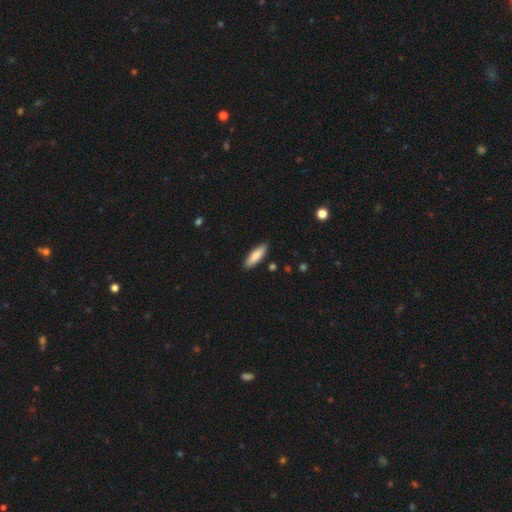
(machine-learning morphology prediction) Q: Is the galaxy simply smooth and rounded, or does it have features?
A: smooth — 83%.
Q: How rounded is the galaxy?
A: cigar-shaped — 51%.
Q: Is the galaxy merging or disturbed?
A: none — 89%.